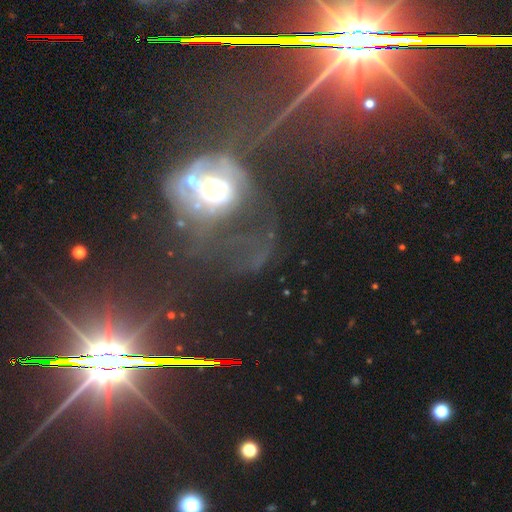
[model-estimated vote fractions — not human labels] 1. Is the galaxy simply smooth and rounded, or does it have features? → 49% featured or disk, 30% star or artifact, 21% smooth.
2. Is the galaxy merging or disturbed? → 51% major disturbance, 25% none, 13% minor disturbance, 11% merger.